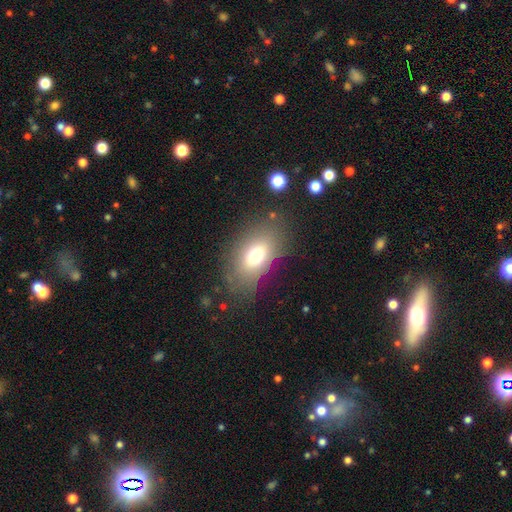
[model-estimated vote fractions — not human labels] This is likely a smooth galaxy (69%). How rounded: clearly in between (84%). Merging: likely none (73%).